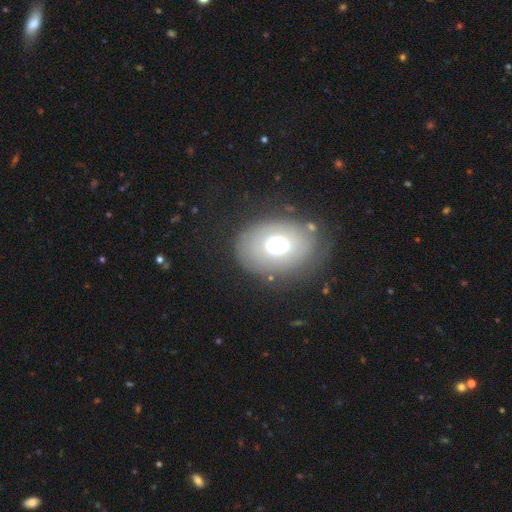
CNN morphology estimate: A featured or disk galaxy (45%). Merging: none (81%).